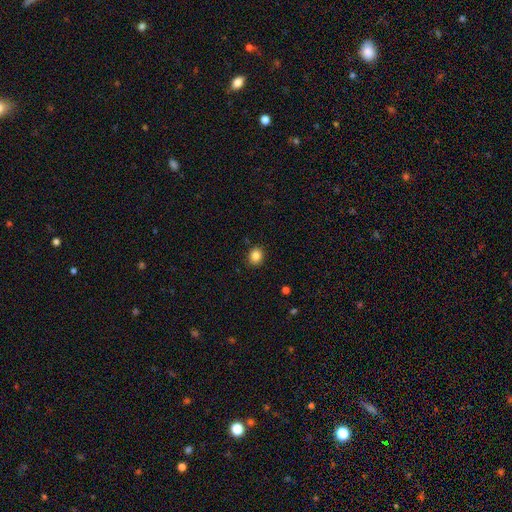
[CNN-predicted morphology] Smooth or featured?
  - smooth: 86% *
  - star or artifact: 10%
  - featured or disk: 4%
How rounded?
  - round: 67% *
  - in between: 32%
  - cigar-shaped: 1%
Merging?
  - none: 89% *
  - minor disturbance: 8%
  - major disturbance: 2%
  - merger: 1%